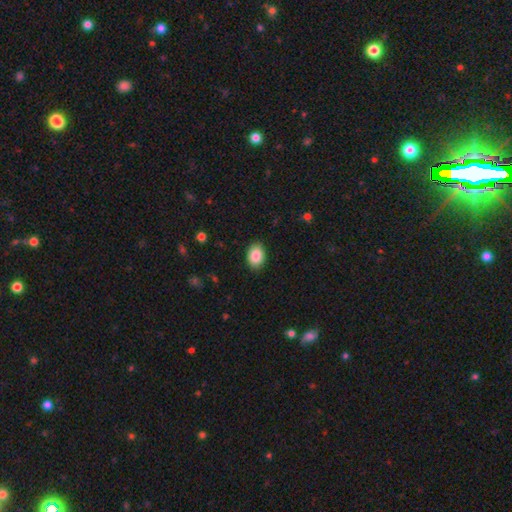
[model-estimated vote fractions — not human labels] A smooth galaxy with no disk features (88%) that is in between round and cigar-shaped (81%). Merging: none (87%).